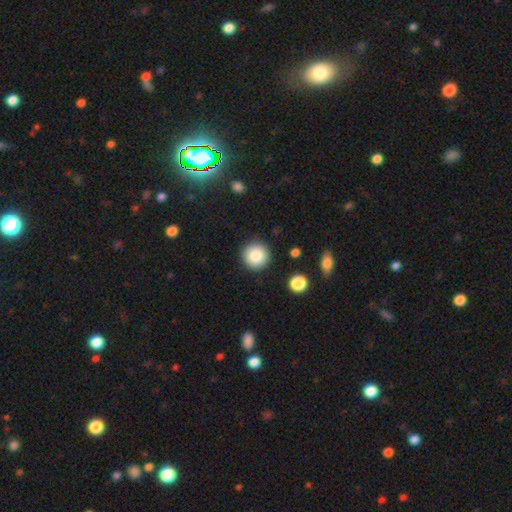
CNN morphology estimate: Overall: smooth (86%). How rounded: round (95%). Merging: none (90%).